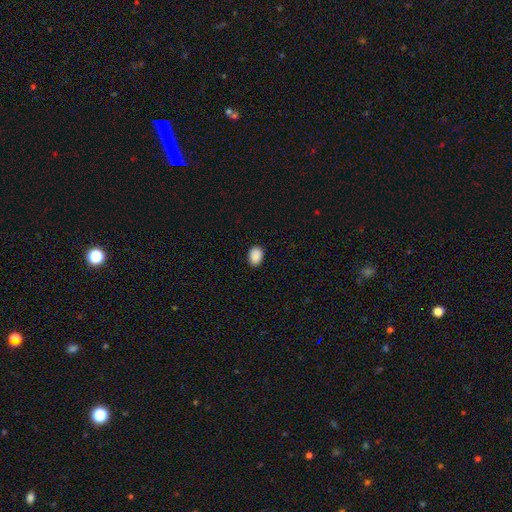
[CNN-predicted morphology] The model was most divided on "how rounded": in between: 74%, round: 25%, cigar-shaped: 1%. More confident: smooth or featured — smooth (90%); merging — none (88%).